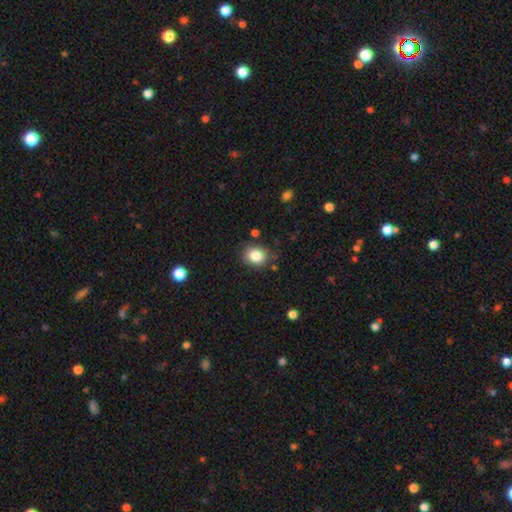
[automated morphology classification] type=smooth (84%); roundness=round (62%); merging=none (80%).